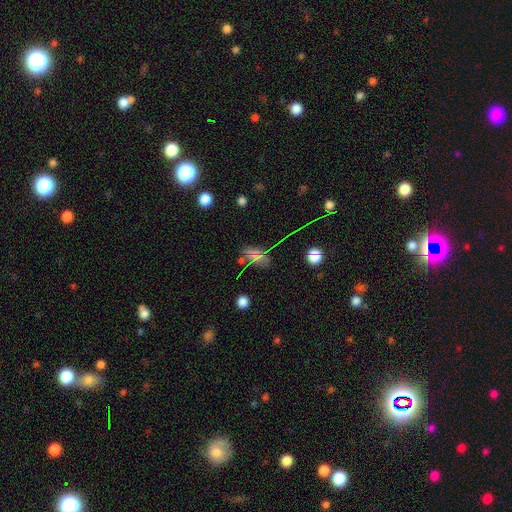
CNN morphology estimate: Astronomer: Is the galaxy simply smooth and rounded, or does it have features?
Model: smooth — 56% (runner-up: star or artifact, 32%).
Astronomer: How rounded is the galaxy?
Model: in between — 81%.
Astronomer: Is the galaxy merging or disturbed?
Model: none — 72%.